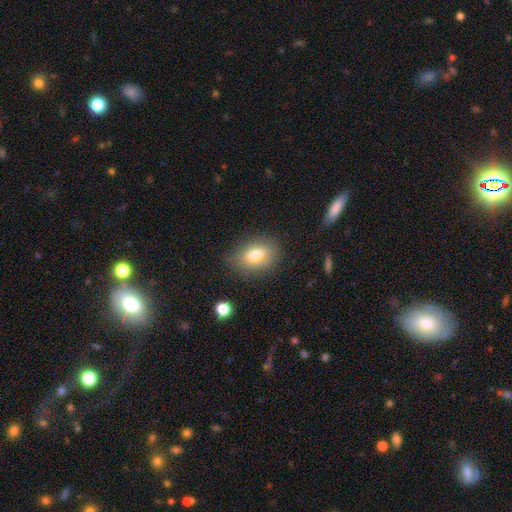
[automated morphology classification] The model was most divided on "how rounded": in between: 76%, round: 22%, cigar-shaped: 2%. More confident: merging — none (79%); smooth or featured — smooth (74%).